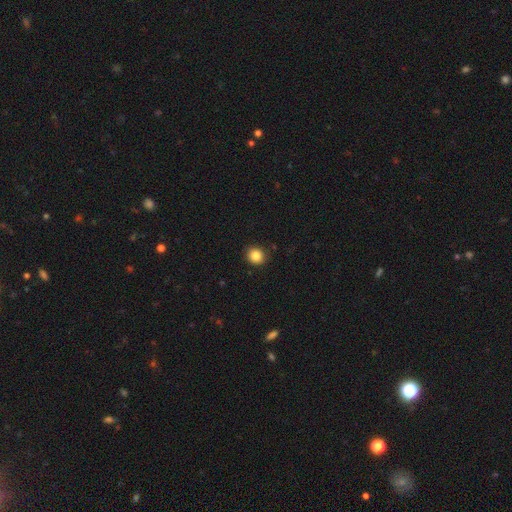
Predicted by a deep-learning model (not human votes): The model was most divided on "how rounded": round: 84%, in between: 15%, cigar-shaped: 1%. More confident: merging — none (90%); smooth or featured — smooth (86%).